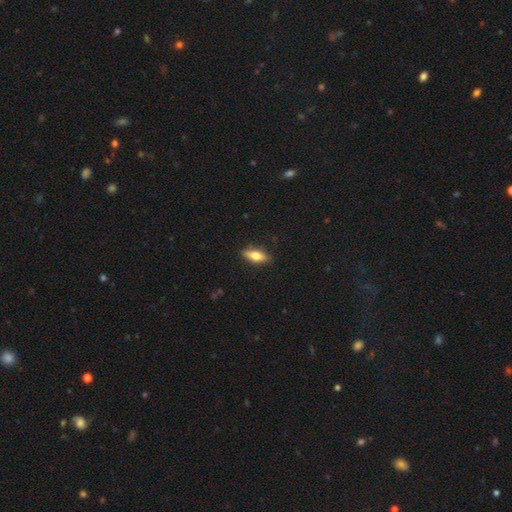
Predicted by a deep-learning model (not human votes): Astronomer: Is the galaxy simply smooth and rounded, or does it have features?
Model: smooth — 64%.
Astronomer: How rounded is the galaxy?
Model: in between — 62%.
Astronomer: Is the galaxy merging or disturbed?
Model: none — 87%.